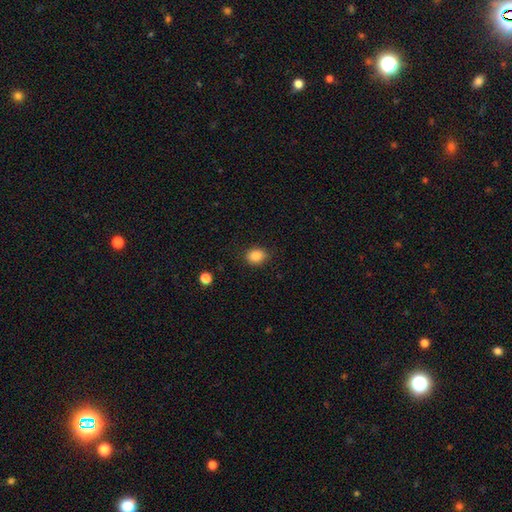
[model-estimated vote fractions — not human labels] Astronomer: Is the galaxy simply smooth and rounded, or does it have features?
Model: smooth — 86%.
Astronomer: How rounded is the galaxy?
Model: round — 54% (runner-up: in between, 45%).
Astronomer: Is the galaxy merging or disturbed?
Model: none — 84%.